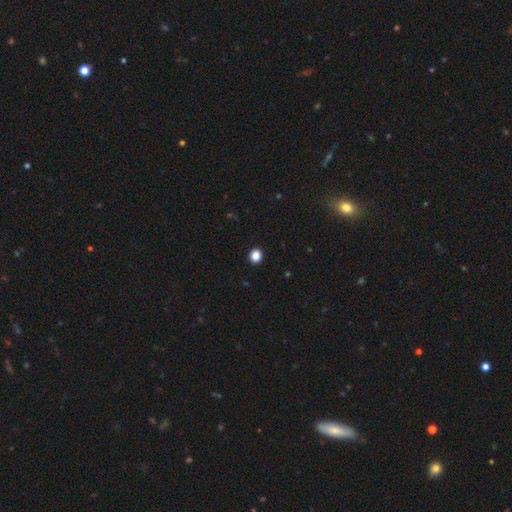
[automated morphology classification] This appears to be a smooth galaxy with no disk features (86%) that is round (76%). Merging: none (93%).